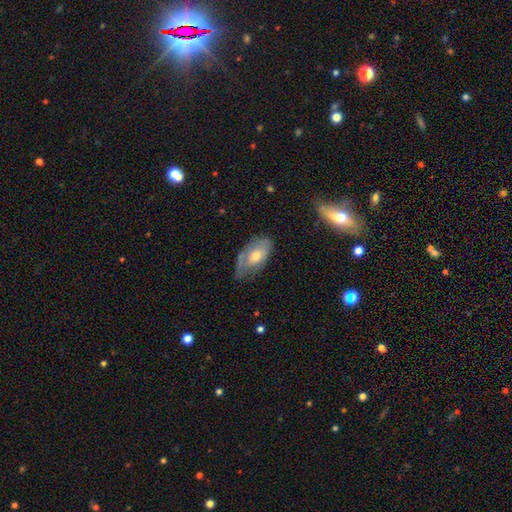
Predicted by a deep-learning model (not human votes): Smooth or featured? featured or disk (47%)
Merging? none (52%)